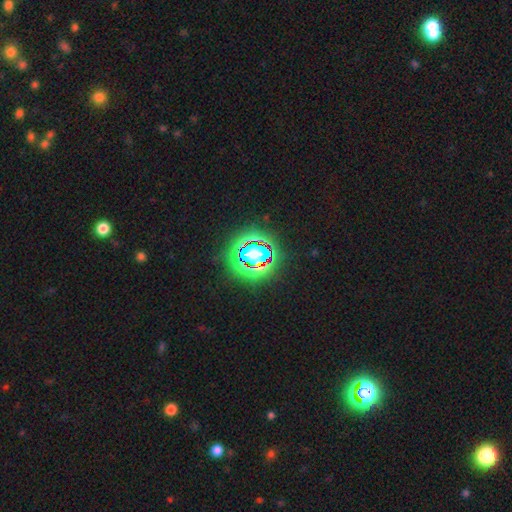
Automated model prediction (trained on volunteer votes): star or artifact 81%, smooth 12%, featured or disk 7%.